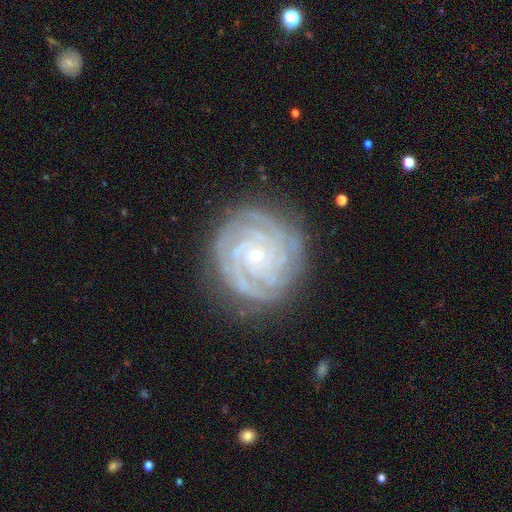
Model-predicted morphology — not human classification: Smooth or featured: featured or disk — 89% (star or artifact — 6%)
Edge-on disk: no — 98% (yes — 2%)
Bar: no — 76% (weak — 17%)
Spiral arms: yes — 98% (no — 2%)
Spiral winding: tight — 86% (medium — 12%)
Spiral arm count: 4 — 27% (3 — 24%)
Bulge size: small — 79% (moderate — 18%)
Merging: none — 81% (minor disturbance — 14%)